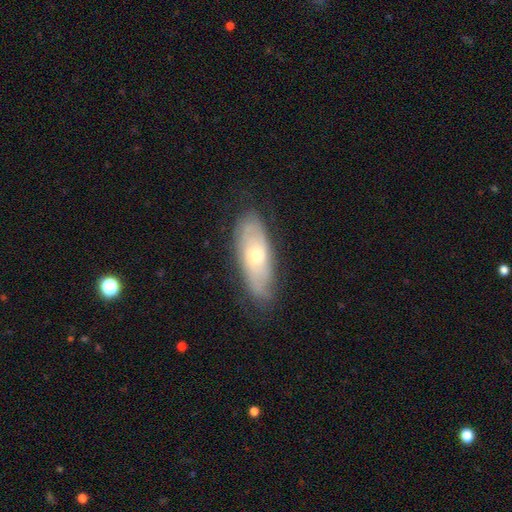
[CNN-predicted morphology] Smooth or featured: featured or disk — 53% (smooth — 40%)
Edge-on disk: no — 77% (yes — 23%)
Merging: none — 74% (minor disturbance — 20%)